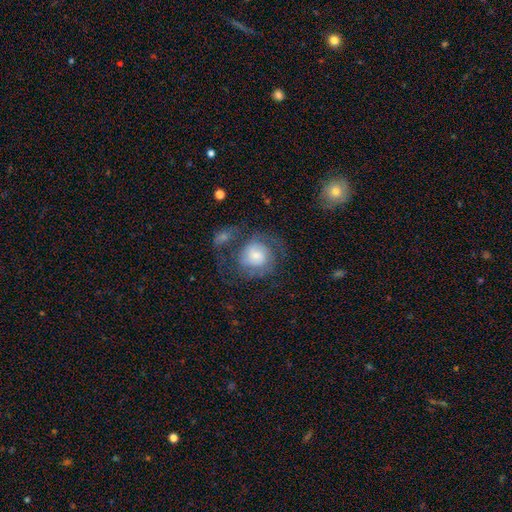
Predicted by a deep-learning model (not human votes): smooth-or-featured: featured or disk: 56% | smooth: 37% | star or artifact: 8%
  disk-edge-on: no: 97% | yes: 3%
    bar: no: 56% | weak: 37% | strong: 7%
    has-spiral-arms: yes: 81% | no: 19%
    bulge-size: small: 40% | moderate: 39% | large: 13% | none: 5% | dominant: 3%
  merging: none: 45% | major disturbance: 25% | minor disturbance: 18% | merger: 12%